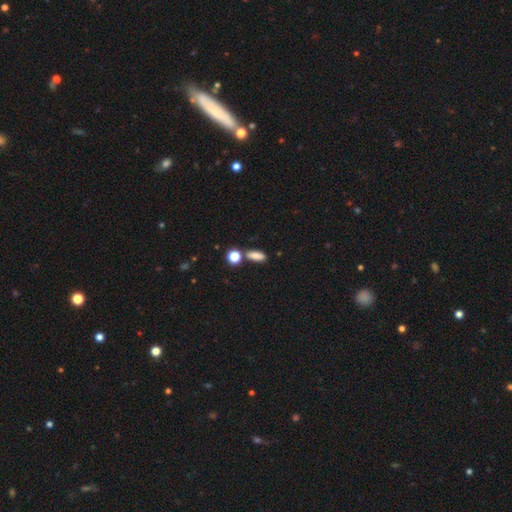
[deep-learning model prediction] This is clearly a smooth galaxy (80%). How rounded: likely in between (67%). Merging: likely none (71%).